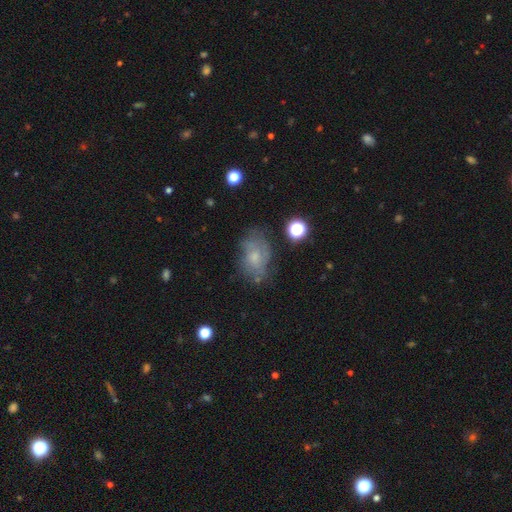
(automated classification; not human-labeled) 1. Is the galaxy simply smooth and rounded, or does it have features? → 43% featured or disk (tied), 43% smooth (tied), 14% star or artifact.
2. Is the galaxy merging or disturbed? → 62% none, 24% minor disturbance, 12% major disturbance, 3% merger.